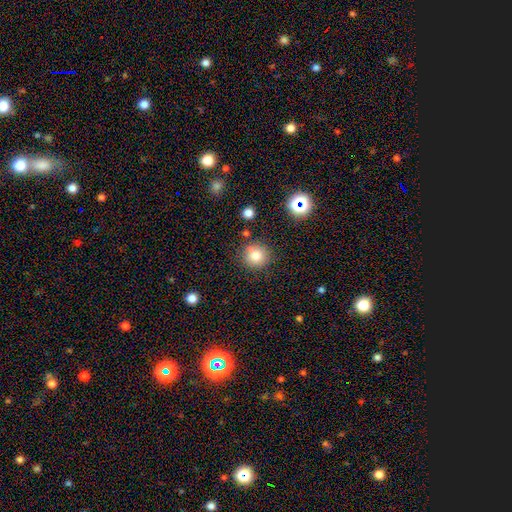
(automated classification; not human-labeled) Q: Smooth or featured?
A: smooth (78%); runner-up: star or artifact (13%)
Q: How rounded?
A: round (93%); runner-up: in between (6%)
Q: Merging?
A: none (79%); runner-up: minor disturbance (10%)